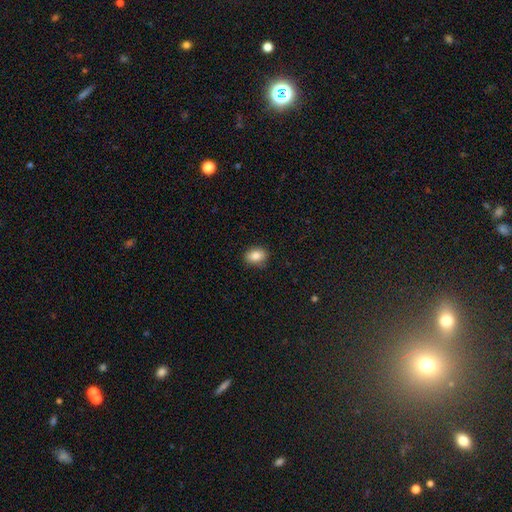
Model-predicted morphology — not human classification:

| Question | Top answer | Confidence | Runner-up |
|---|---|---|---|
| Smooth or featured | smooth | 86% | star or artifact (8%) |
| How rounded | in between | 74% | round (25%) |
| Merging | none | 85% | minor disturbance (11%) |